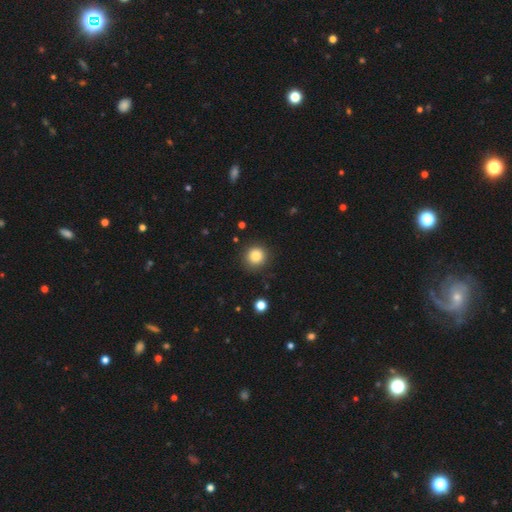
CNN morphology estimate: smooth 84%, star or artifact 11%, featured or disk 5%. Down the decision tree: how rounded — round (93%); merging — none (88%).